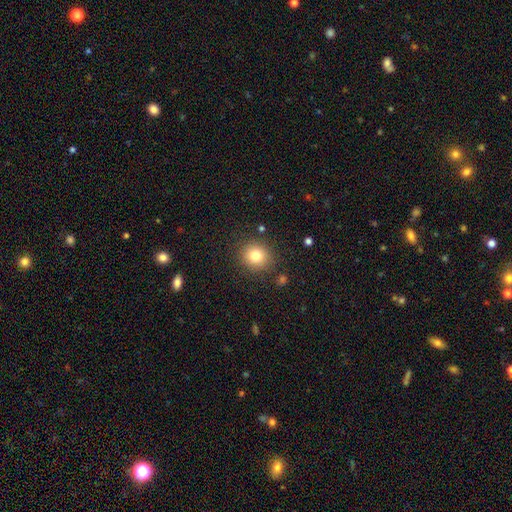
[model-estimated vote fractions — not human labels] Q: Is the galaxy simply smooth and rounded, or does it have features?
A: smooth — 81%.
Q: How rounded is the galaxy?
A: round — 85%.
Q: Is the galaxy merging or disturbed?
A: none — 87%.